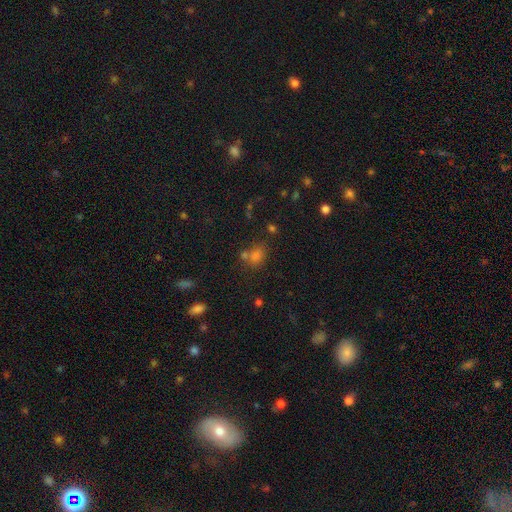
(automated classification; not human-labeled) Smooth or featured: smooth — 65% (star or artifact — 26%)
How rounded: round — 50% (in between — 48%)
Merging: none — 59% (merger — 24%)